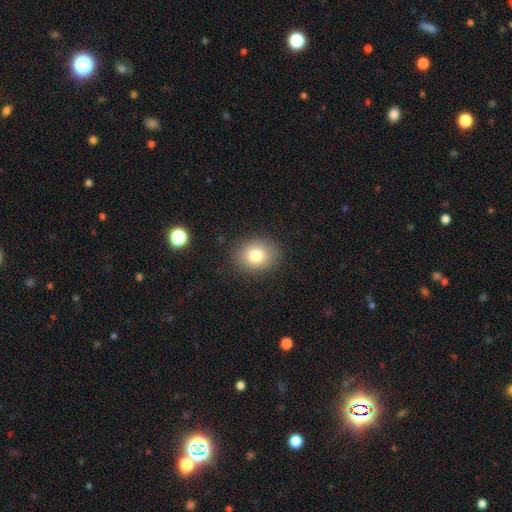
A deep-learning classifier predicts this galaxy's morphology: Q: Smooth or featured?
A: smooth (79%); runner-up: star or artifact (10%)
Q: How rounded?
A: round (54%); runner-up: in between (45%)
Q: Merging?
A: none (87%); runner-up: minor disturbance (9%)